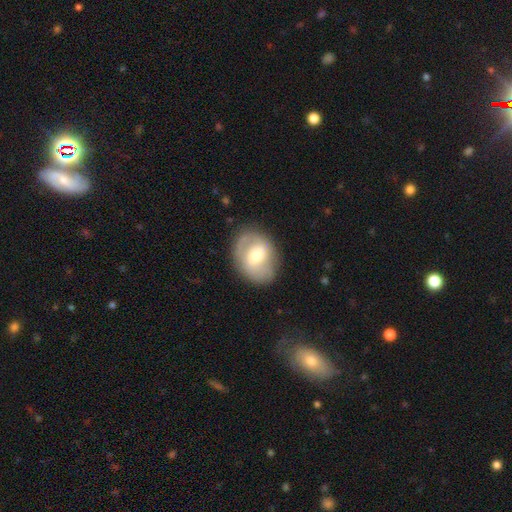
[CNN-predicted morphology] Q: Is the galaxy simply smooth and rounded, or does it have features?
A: featured or disk — 47%.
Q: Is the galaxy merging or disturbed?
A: none — 77%.